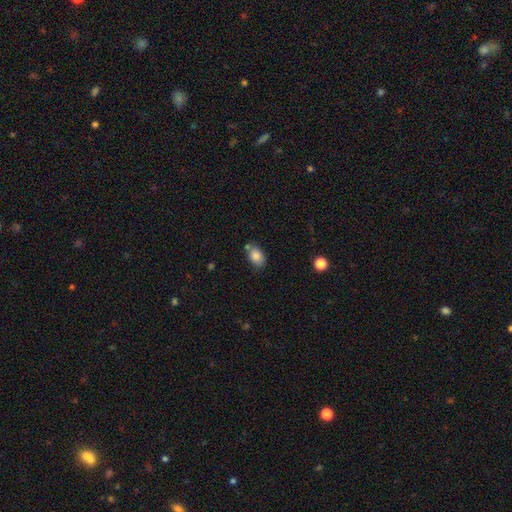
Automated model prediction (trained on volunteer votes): smooth_or_featured: smooth (p=0.84) [alt: star or artifact p=0.08]
how_rounded: in between (p=0.82) [alt: round p=0.17]
merging: none (p=0.62) [alt: minor disturbance p=0.20]